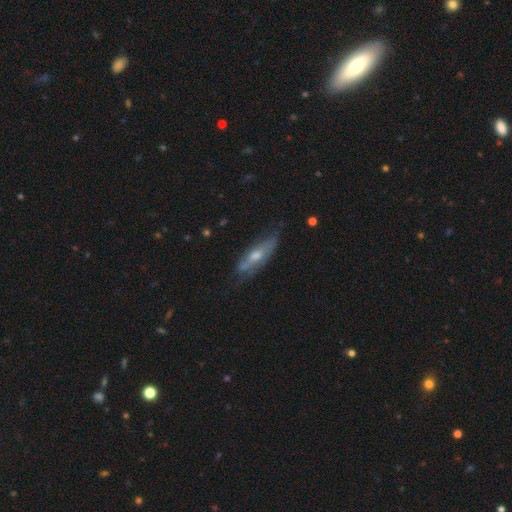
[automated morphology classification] A featured or disk galaxy (60%).

Vote fractions:
- Smooth or featured? featured or disk: 60% / smooth: 32% / star or artifact: 8%
- Edge-on disk? no: 51% / yes: 49%
- Merging? none: 60% / minor disturbance: 28% / major disturbance: 9% / merger: 3%